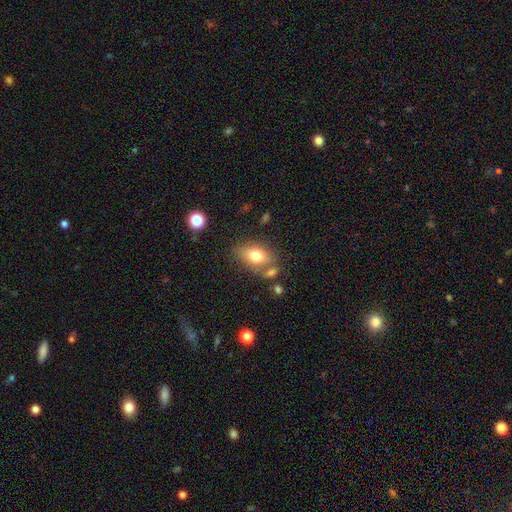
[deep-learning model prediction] This is likely a smooth galaxy (76%). How rounded: clearly in between (82%). Merging: likely none (65%).